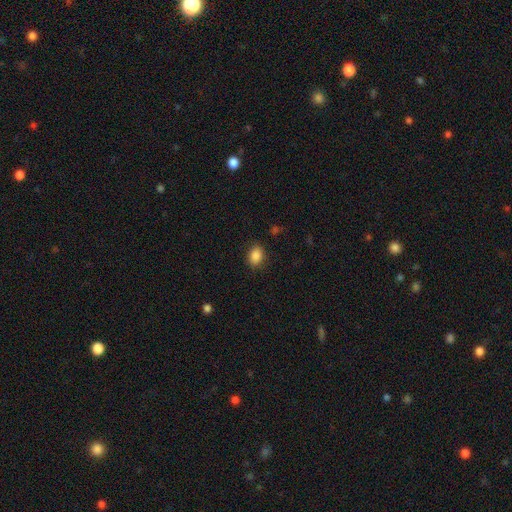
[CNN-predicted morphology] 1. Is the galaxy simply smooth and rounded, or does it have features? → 87% smooth, 9% star or artifact, 4% featured or disk.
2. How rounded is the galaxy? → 71% in between, 28% round, 1% cigar-shaped.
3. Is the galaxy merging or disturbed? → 87% none, 9% minor disturbance, 3% major disturbance, 1% merger.